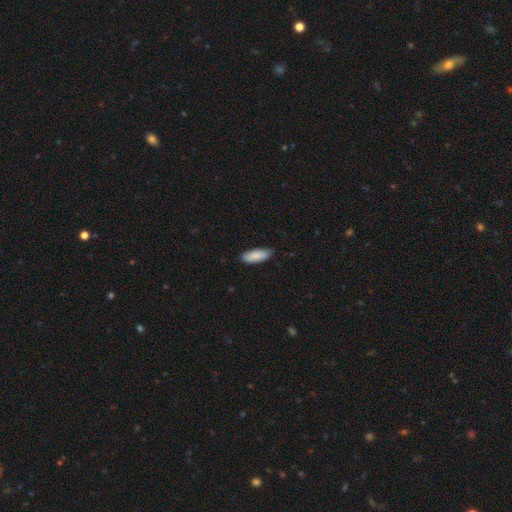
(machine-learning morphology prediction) The model was most divided on "how rounded": in between: 69%, cigar-shaped: 29%, round: 1%. More confident: smooth or featured — smooth (88%); merging — none (84%).